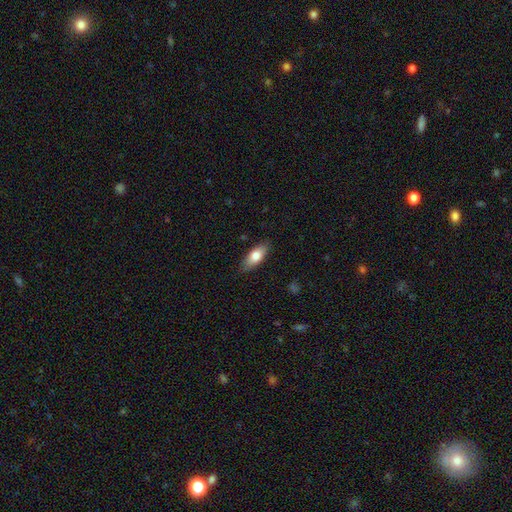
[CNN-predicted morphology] Smooth or featured? Predicted: smooth (p=0.75). How rounded? Predicted: in between (p=0.77). Merging? Predicted: none (p=0.85).